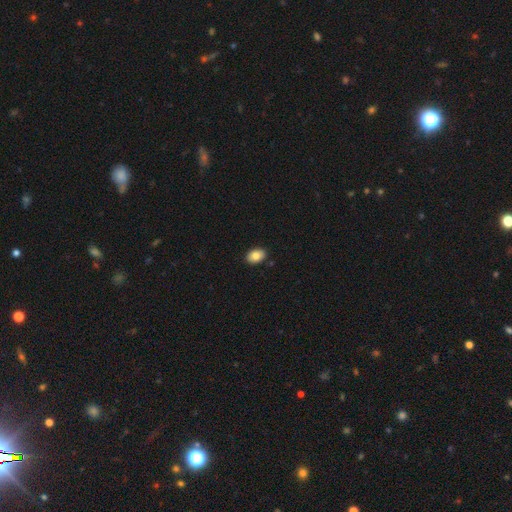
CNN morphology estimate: type=smooth (84%); roundness=in between (83%); merging=none (89%).